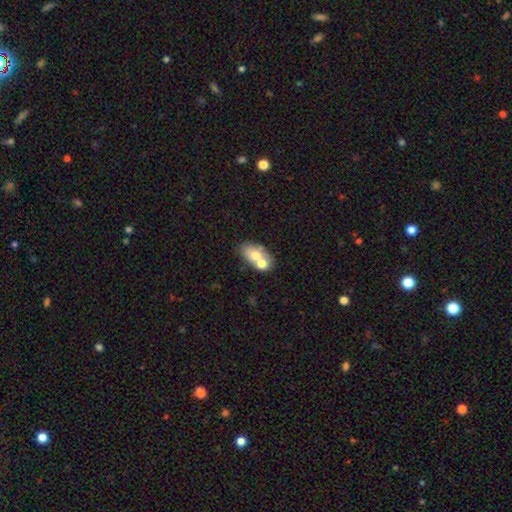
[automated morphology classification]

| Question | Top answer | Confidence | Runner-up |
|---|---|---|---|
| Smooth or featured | smooth | 63% | featured or disk (28%) |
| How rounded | in between | 83% | round (15%) |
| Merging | merger | 46% | none (39%) |